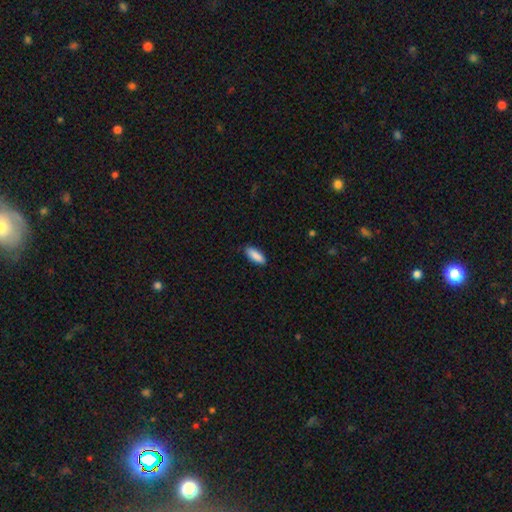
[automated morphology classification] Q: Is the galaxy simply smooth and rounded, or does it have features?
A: smooth — 90%.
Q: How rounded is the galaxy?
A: in between — 66%.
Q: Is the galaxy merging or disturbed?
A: none — 87%.